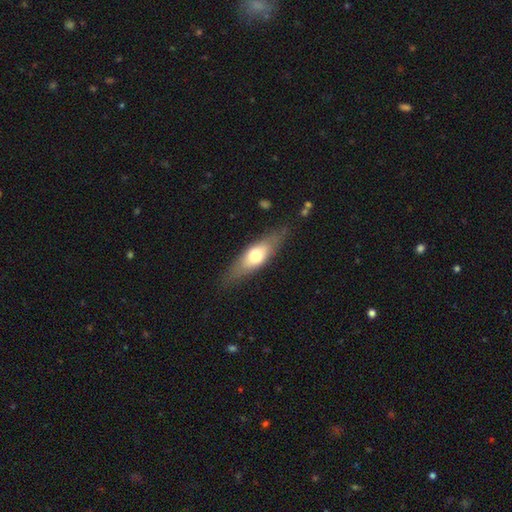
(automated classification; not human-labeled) smooth_or_featured: smooth (p=0.56) [alt: featured or disk p=0.38]
how_rounded: in between (p=0.53) [alt: cigar-shaped p=0.44]
merging: none (p=0.79) [alt: minor disturbance p=0.15]